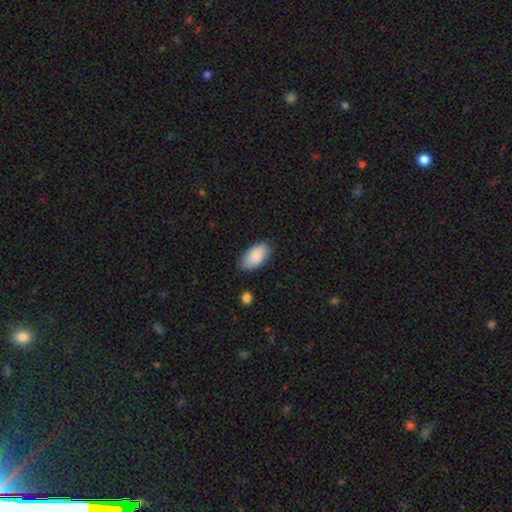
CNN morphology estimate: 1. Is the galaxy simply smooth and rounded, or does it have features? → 88% smooth, 6% featured or disk, 6% star or artifact.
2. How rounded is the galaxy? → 95% in between, 3% cigar-shaped, 2% round.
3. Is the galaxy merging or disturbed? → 81% none, 15% minor disturbance, 3% major disturbance, 2% merger.